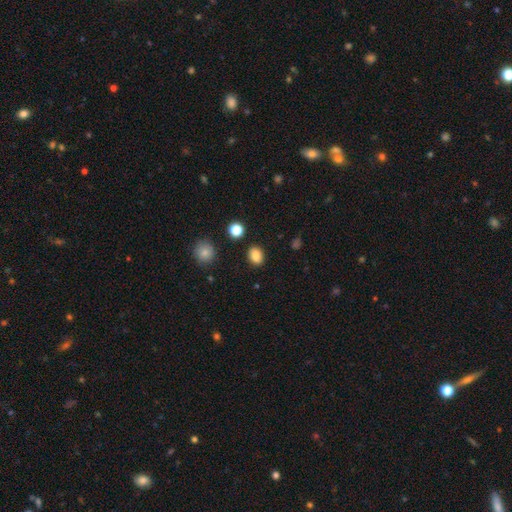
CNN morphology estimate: This is clearly a smooth galaxy (85%). How rounded: likely in between (68%). Merging: clearly none (87%).